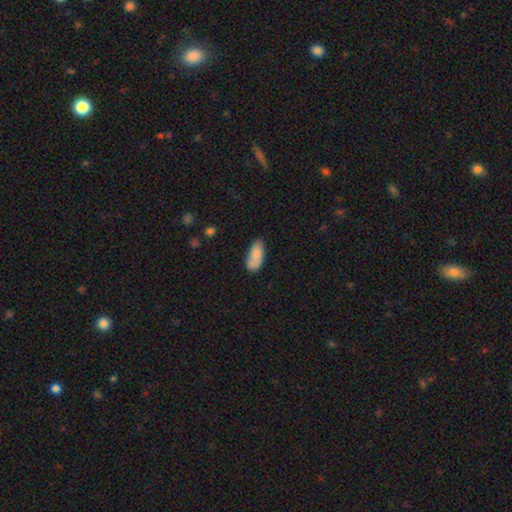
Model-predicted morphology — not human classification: A smooth galaxy with no disk features (82%) that is in between round and cigar-shaped (86%). Merging: none (61%).